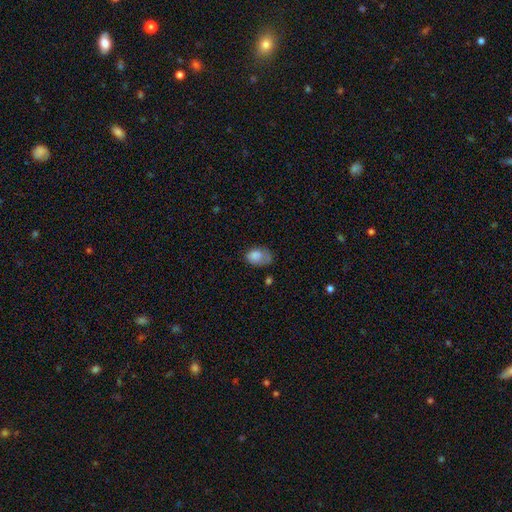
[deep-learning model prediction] smooth-or-featured: smooth: 79% | featured or disk: 12% | star or artifact: 9%
  how-rounded: in between: 80% | round: 19% | cigar-shaped: 1%
  merging: none: 39% | minor disturbance: 32% | major disturbance: 23% | merger: 6%